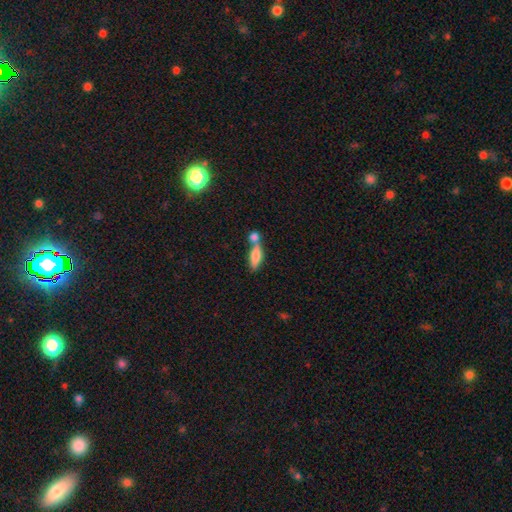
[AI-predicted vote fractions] A smooth galaxy with no disk features (72%) that is in between round and cigar-shaped (56%). Merging: merger (44%).